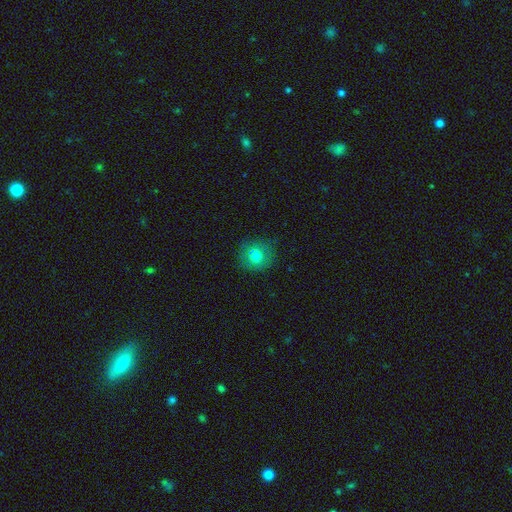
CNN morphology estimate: Q: Smooth or featured?
A: smooth (75%); runner-up: featured or disk (13%)
Q: How rounded?
A: round (87%); runner-up: in between (12%)
Q: Merging?
A: none (78%); runner-up: minor disturbance (15%)